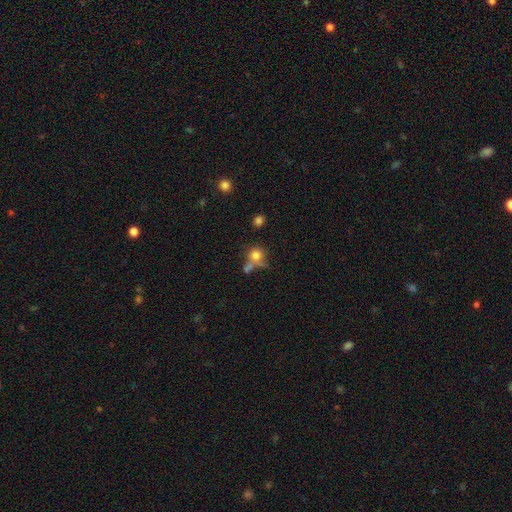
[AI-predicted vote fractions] Q: Smooth or featured?
A: smooth (76%); runner-up: star or artifact (12%)
Q: How rounded?
A: round (84%); runner-up: in between (15%)
Q: Merging?
A: none (48%); runner-up: merger (27%)